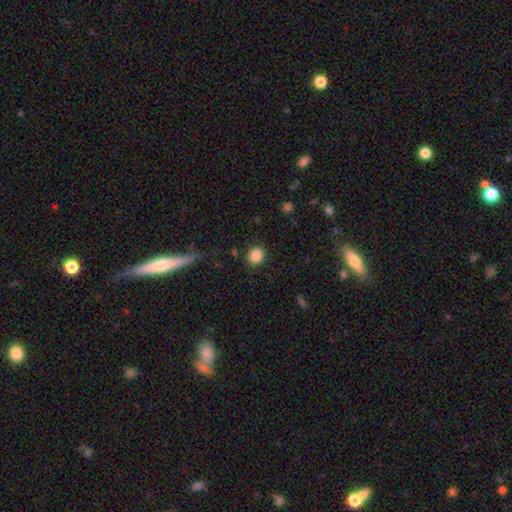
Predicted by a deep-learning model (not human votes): Smooth or featured? Predicted: smooth (p=0.86). How rounded? Predicted: round (p=0.64). Merging? Predicted: none (p=0.86).